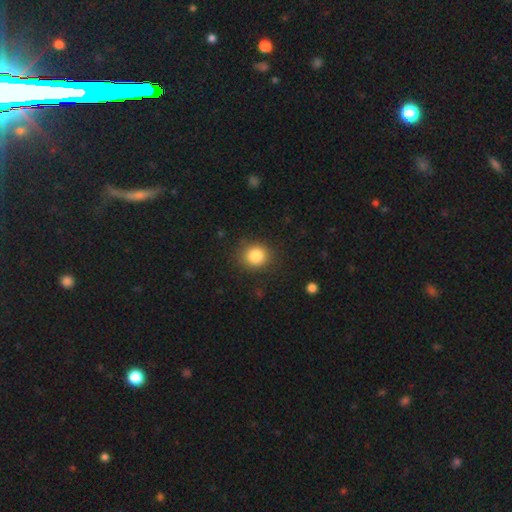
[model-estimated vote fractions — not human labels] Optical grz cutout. It shows a smooth galaxy with no disk features (84%) that is round (85%). Merging: none (86%).